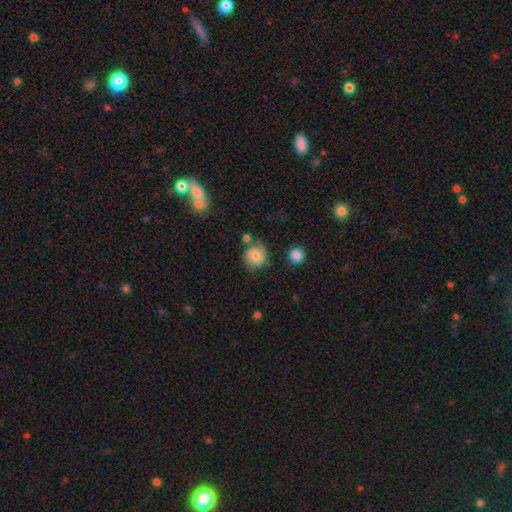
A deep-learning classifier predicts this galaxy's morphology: type=smooth (72%); roundness=round (82%); merging=none (68%).